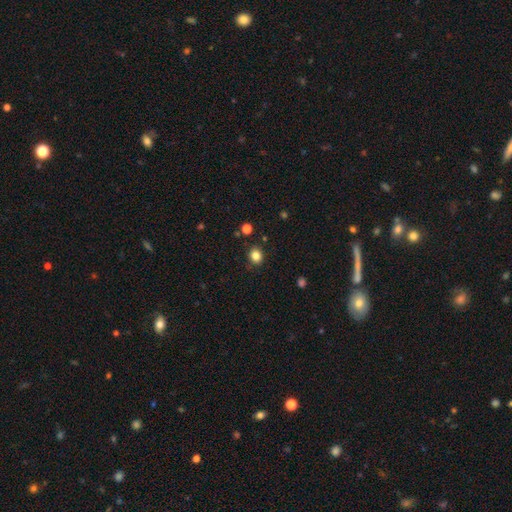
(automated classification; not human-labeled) A smooth galaxy with no disk features (83%) that is round (67%).

Vote fractions:
- Smooth or featured? smooth: 83% / star or artifact: 12% / featured or disk: 5%
- How rounded? round: 67% / in between: 32% / cigar-shaped: 1%
- Merging? none: 86% / minor disturbance: 9% / major disturbance: 2% / merger: 2%